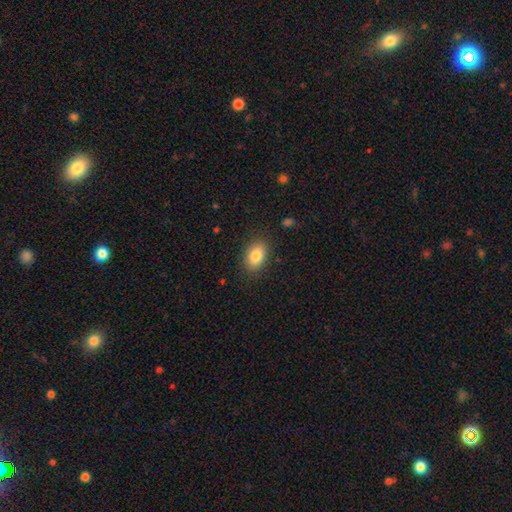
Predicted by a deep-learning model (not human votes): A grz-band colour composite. It shows a smooth galaxy with no disk features (83%) that is in between round and cigar-shaped (87%). Merging: none (86%).